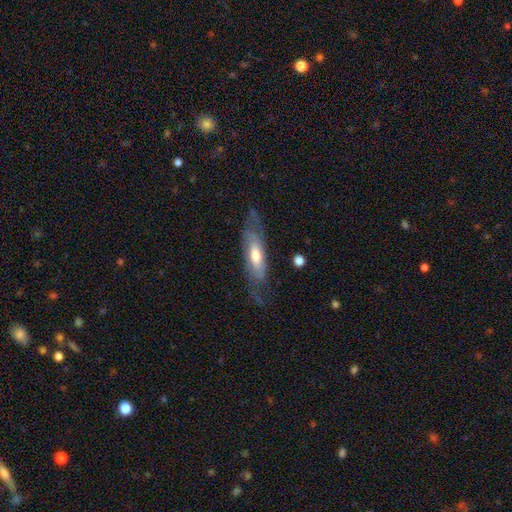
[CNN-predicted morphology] The model was most divided on "smooth or featured": featured or disk: 62%, smooth: 32%, star or artifact: 6%. More confident: edge-on disk — no (70%); merging — none (60%).